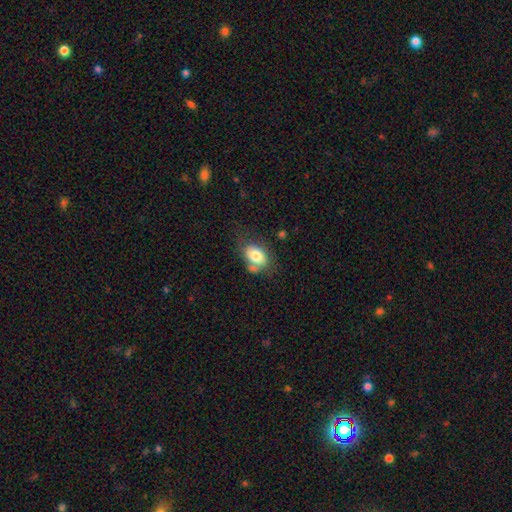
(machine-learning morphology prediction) Smooth or featured?
  - smooth: 76% *
  - featured or disk: 16%
  - star or artifact: 8%
How rounded?
  - in between: 80% *
  - round: 19%
  - cigar-shaped: 1%
Merging?
  - none: 47% *
  - minor disturbance: 25%
  - merger: 16%
  - major disturbance: 11%